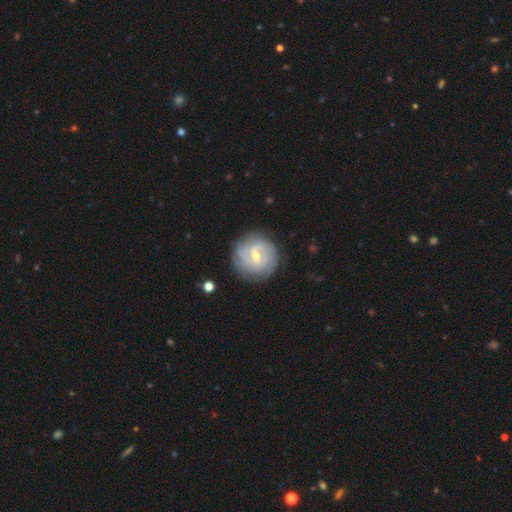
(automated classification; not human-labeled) Q: Smooth or featured?
A: featured or disk (82%); runner-up: smooth (13%)
Q: Edge-on disk?
A: no (97%); runner-up: yes (3%)
Q: Bar?
A: weak (57%); runner-up: no (27%)
Q: Spiral arms?
A: yes (94%); runner-up: no (6%)
Q: Spiral winding?
A: tight (67%); runner-up: medium (26%)
Q: Spiral arm count?
A: 2 (34%); runner-up: can't tell (27%)
Q: Bulge size?
A: moderate (51%); runner-up: small (46%)
Q: Merging?
A: none (83%); runner-up: minor disturbance (12%)